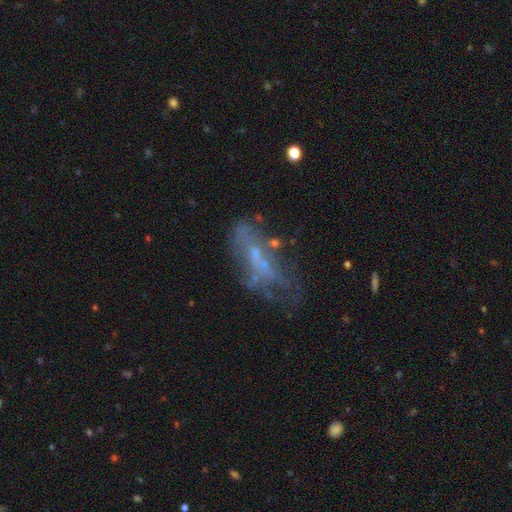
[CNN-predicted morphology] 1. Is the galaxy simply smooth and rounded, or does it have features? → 53% featured or disk, 26% smooth, 21% star or artifact.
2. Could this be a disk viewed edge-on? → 84% no, 16% yes.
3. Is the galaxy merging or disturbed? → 42% none, 30% major disturbance, 20% minor disturbance, 9% merger.